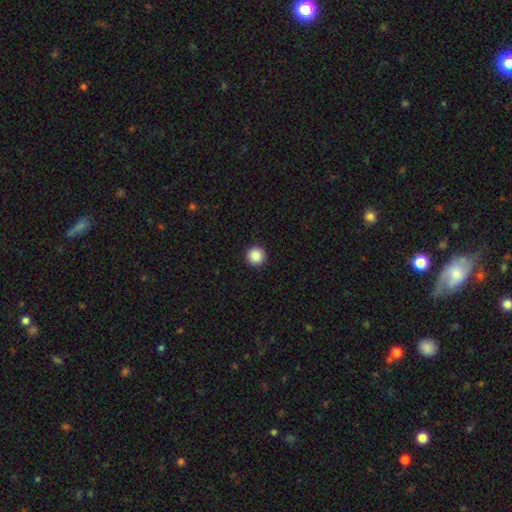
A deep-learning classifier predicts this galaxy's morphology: This appears to be a smooth galaxy with no disk features (88%) that is round (97%). Merging: none (94%).